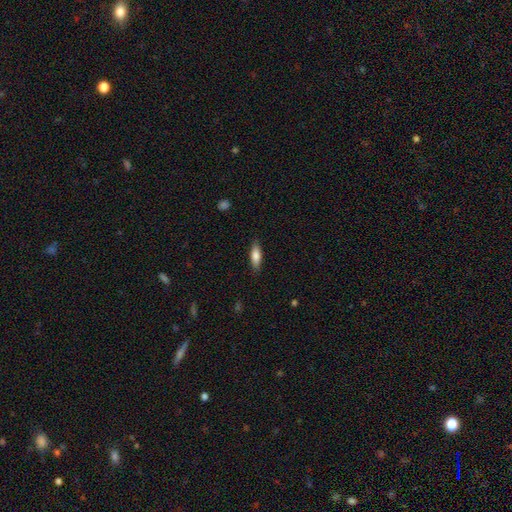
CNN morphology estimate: Q: Smooth or featured?
A: smooth (78%); runner-up: featured or disk (16%)
Q: How rounded?
A: in between (51%); runner-up: cigar-shaped (47%)
Q: Merging?
A: none (86%); runner-up: minor disturbance (11%)